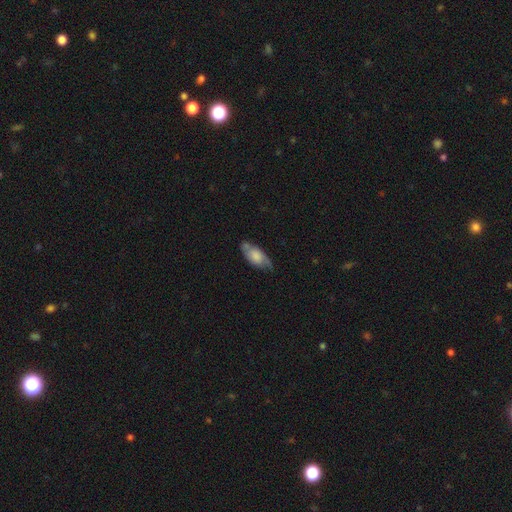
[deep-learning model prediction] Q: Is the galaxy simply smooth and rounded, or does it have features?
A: smooth — 59%.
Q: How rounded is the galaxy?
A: in between — 85%.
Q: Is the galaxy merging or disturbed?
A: none — 62%.